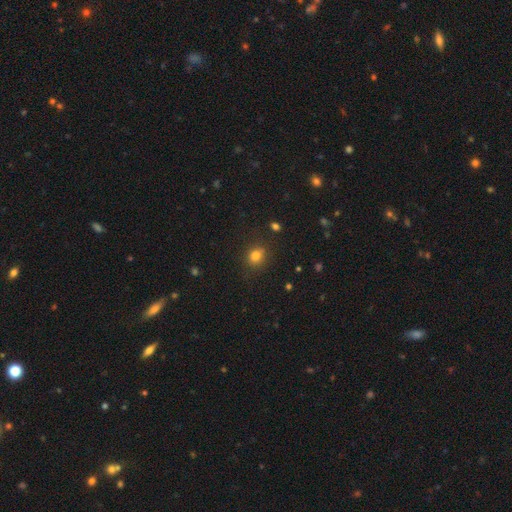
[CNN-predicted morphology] Smooth or featured: smooth — 81% (star or artifact — 13%)
How rounded: round — 61% (in between — 37%)
Merging: none — 83% (minor disturbance — 12%)